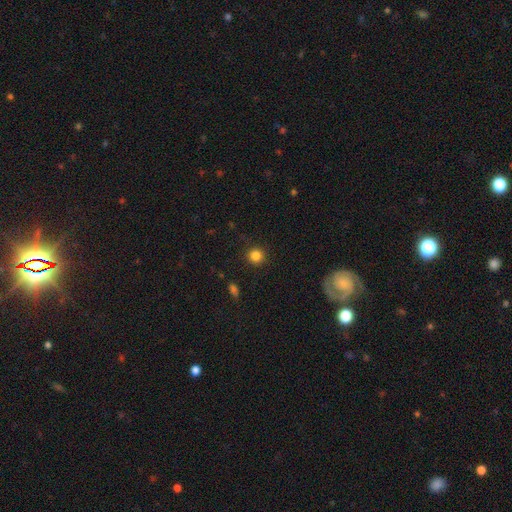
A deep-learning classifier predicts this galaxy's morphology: Smooth or featured? smooth (84%)
How rounded? round (94%)
Merging? none (91%)